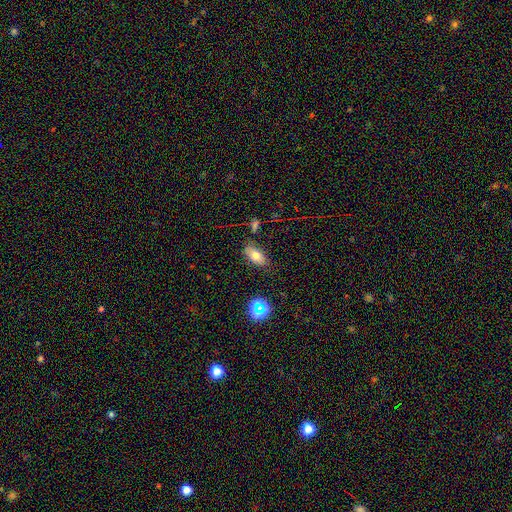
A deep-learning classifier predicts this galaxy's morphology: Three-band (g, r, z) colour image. It shows a smooth galaxy with no disk features (70%) that is in between round and cigar-shaped (87%). Merging: none (74%).